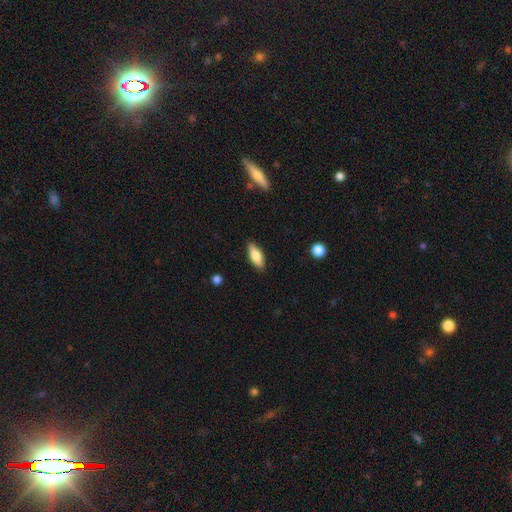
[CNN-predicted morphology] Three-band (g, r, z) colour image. It shows a smooth galaxy with no disk features (75%) that is in between round and cigar-shaped (74%). Merging: none (87%).